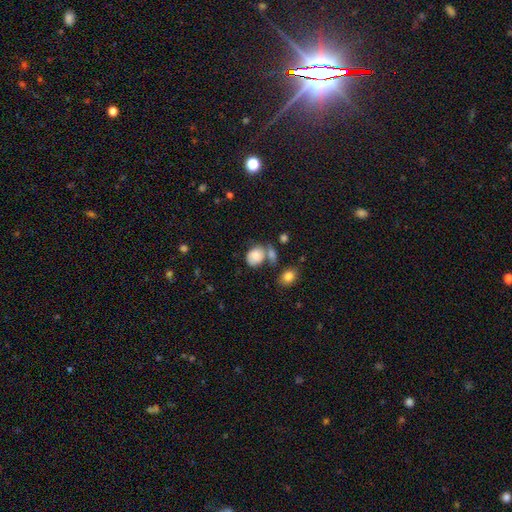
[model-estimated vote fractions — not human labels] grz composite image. It shows a smooth galaxy with no disk features (81%) that is in between round and cigar-shaped (57%). Merging: none (44%).